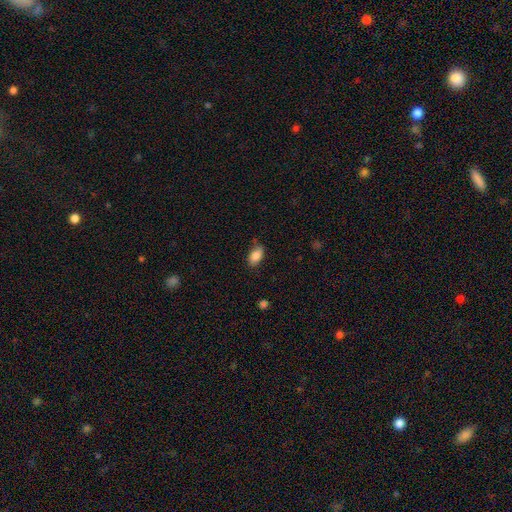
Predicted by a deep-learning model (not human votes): smooth_or_featured: smooth (p=0.85) [alt: featured or disk p=0.08]
how_rounded: in between (p=0.90) [alt: round p=0.06]
merging: none (p=0.73) [alt: minor disturbance p=0.21]